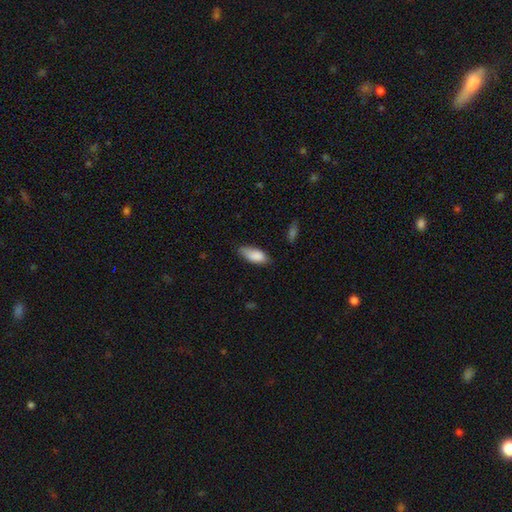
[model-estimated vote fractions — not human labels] smooth 86%, featured or disk 7%, star or artifact 7%. Down the decision tree: how rounded — in between (85%); merging — none (62%).